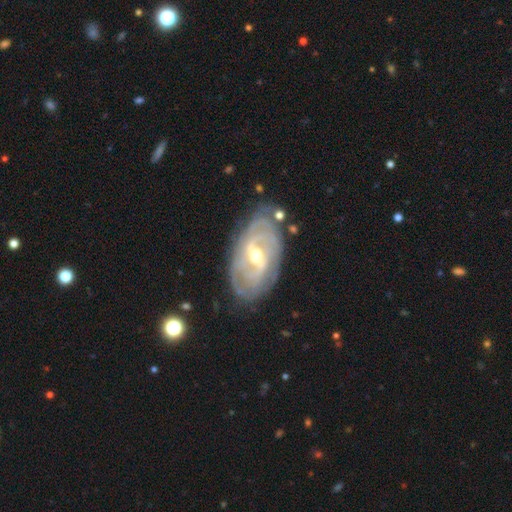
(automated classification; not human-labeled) Smooth or featured? featured or disk (88%)
Edge-on disk? no (94%)
Bar? weak (48%)
Spiral arms? yes (94%)
Spiral winding? tight (67%)
Spiral arm count? 2 (31%)
Bulge size? moderate (60%)
Merging? none (77%)